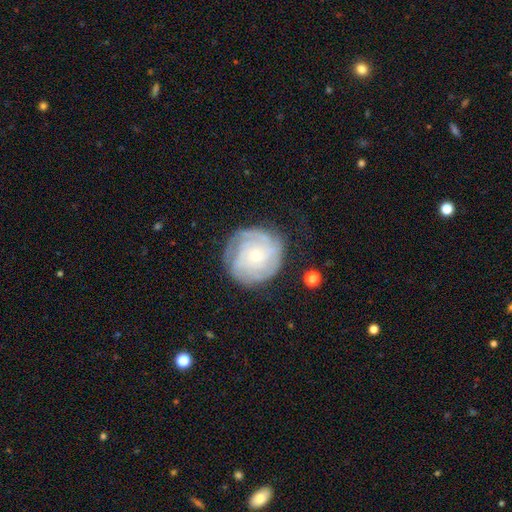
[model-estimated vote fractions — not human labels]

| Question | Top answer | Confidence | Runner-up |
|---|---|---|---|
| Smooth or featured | featured or disk | 73% | smooth (20%) |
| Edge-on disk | no | 97% | yes (3%) |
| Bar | no | 80% | weak (17%) |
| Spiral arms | yes | 90% | no (10%) |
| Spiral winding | tight | 74% | medium (20%) |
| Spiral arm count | can't tell | 44% | 3 (17%) |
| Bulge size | small | 71% | moderate (25%) |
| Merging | none | 73% | minor disturbance (18%) |